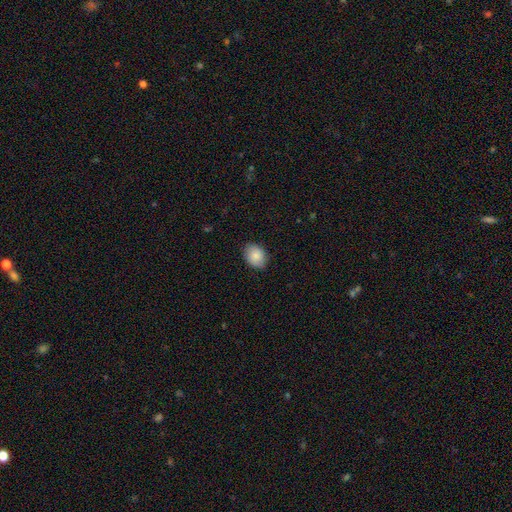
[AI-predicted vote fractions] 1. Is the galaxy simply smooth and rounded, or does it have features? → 85% smooth, 8% featured or disk, 7% star or artifact.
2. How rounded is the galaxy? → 65% in between, 34% round, 1% cigar-shaped.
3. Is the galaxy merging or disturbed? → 84% none, 12% minor disturbance, 3% major disturbance, 1% merger.